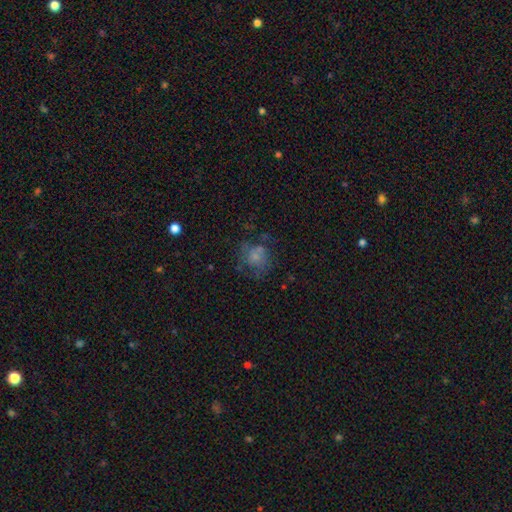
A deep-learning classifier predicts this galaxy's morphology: This is possibly a smooth galaxy (57%). How rounded: likely round (74%). Merging: possibly none (48%).